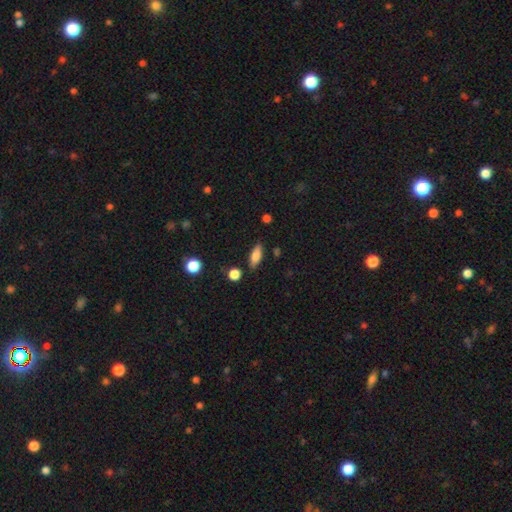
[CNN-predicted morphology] Q: Smooth or featured?
A: smooth (76%); runner-up: featured or disk (16%)
Q: How rounded?
A: in between (67%); runner-up: cigar-shaped (29%)
Q: Merging?
A: none (83%); runner-up: minor disturbance (12%)